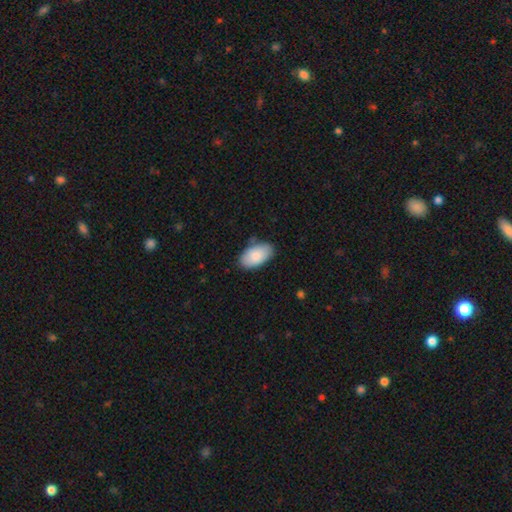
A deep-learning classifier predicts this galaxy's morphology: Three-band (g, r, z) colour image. It shows a smooth galaxy with no disk features (85%) that is in between round and cigar-shaped (95%). Merging: none (80%).